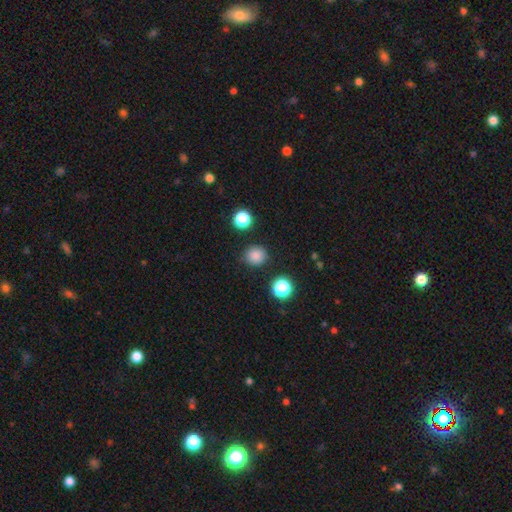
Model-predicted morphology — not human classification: Q: Smooth or featured?
A: smooth (84%); runner-up: star or artifact (13%)
Q: How rounded?
A: round (88%); runner-up: in between (11%)
Q: Merging?
A: none (87%); runner-up: minor disturbance (8%)